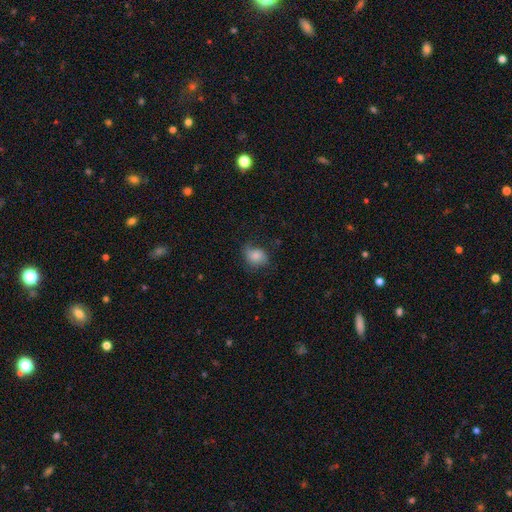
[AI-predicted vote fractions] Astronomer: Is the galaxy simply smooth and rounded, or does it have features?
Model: smooth — 74%.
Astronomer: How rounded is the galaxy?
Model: in between — 52% (runner-up: round, 47%).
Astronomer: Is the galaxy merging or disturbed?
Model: none — 58%.